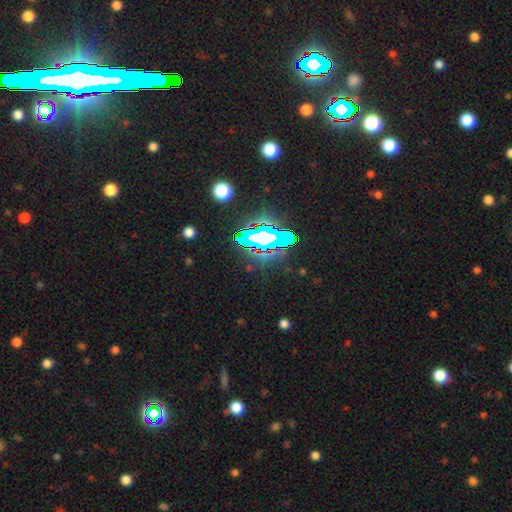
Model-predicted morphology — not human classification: This appears to be a star or artifact, not a galaxy (77%).